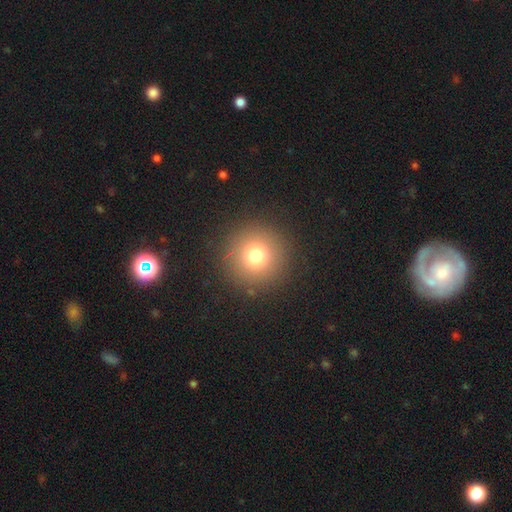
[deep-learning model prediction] Smooth or featured?
  - smooth: 75% *
  - star or artifact: 16%
  - featured or disk: 9%
How rounded?
  - round: 96% *
  - in between: 3%
  - cigar-shaped: 1%
Merging?
  - none: 90% *
  - minor disturbance: 5%
  - major disturbance: 3%
  - merger: 1%